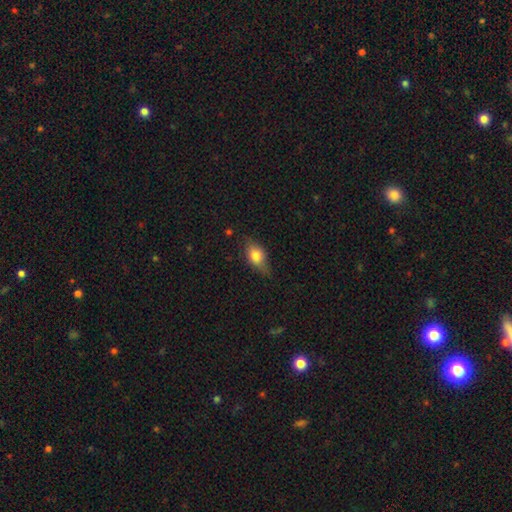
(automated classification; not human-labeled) This is likely a smooth galaxy (75%). How rounded: likely in between (77%). Merging: likely none (63%).